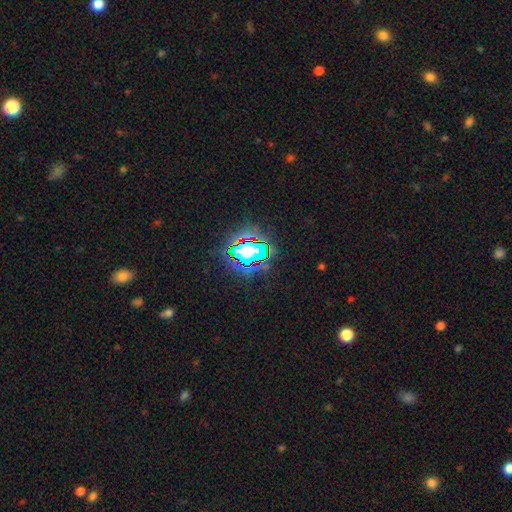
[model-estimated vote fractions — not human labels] This appears to be a star or artifact, not a galaxy (76%).